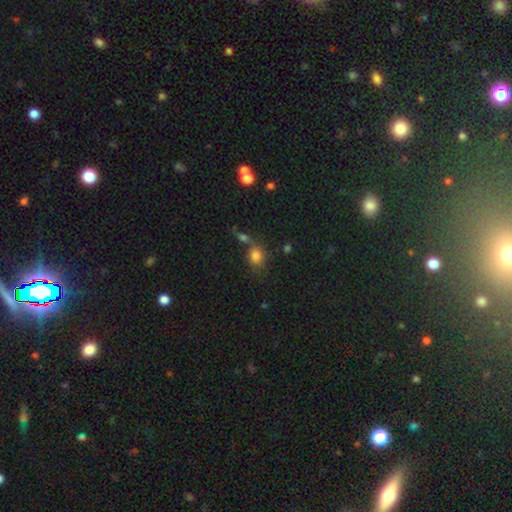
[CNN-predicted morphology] The model was most divided on "how rounded": round: 51%, in between: 47%, cigar-shaped: 2%. More confident: smooth or featured — smooth (80%); merging — none (53%).